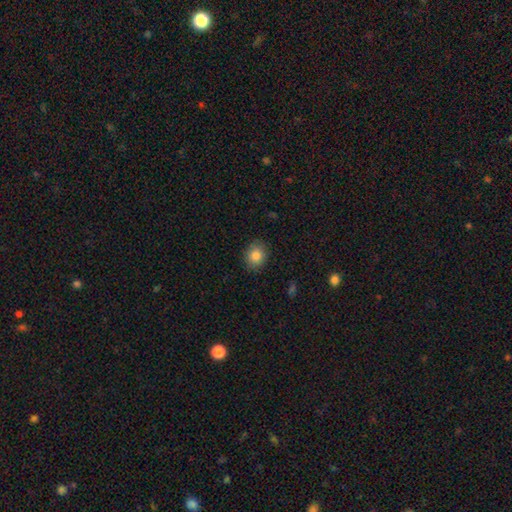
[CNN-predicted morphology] A smooth galaxy with no disk features (84%) that is round (68%). Merging: none (86%).